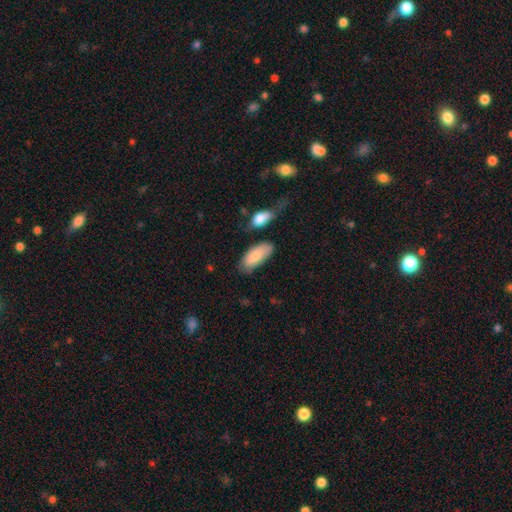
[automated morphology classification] A smooth galaxy with no disk features (83%) that is in between round and cigar-shaped (87%). Merging: none (63%).